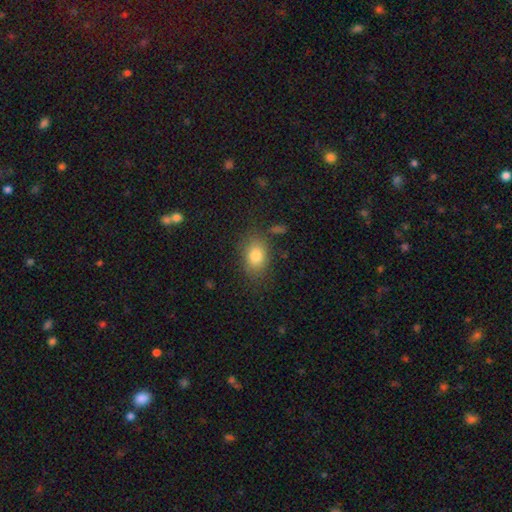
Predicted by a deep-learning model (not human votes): Smooth or featured? Predicted: smooth (p=0.81). How rounded? Predicted: in between (p=0.69). Merging? Predicted: none (p=0.77).